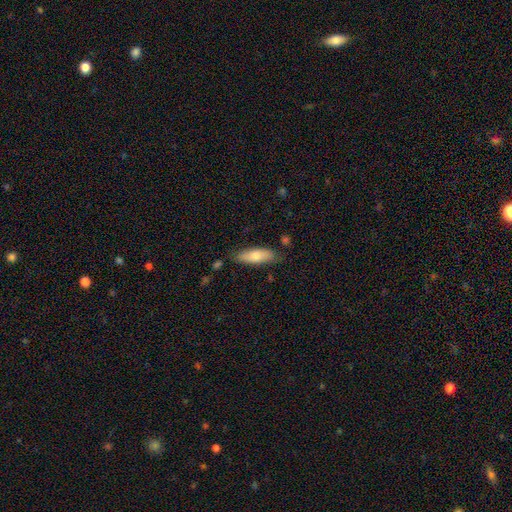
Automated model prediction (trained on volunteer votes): Overall: smooth (71%). How rounded: in between (59%; cigar-shaped 39%). Merging: none (79%).